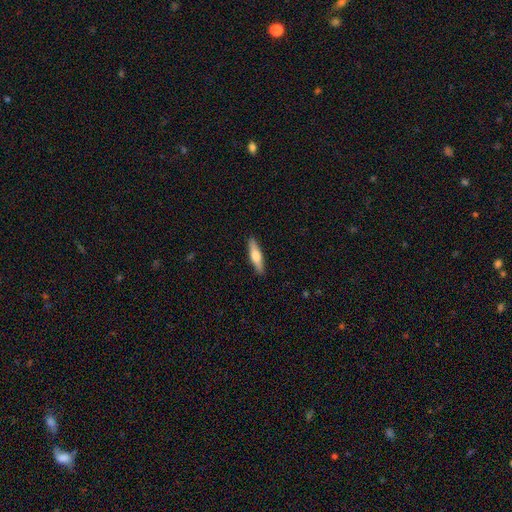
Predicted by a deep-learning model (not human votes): This is possibly a smooth galaxy (55%). How rounded: likely cigar-shaped (74%). Merging: clearly none (90%).